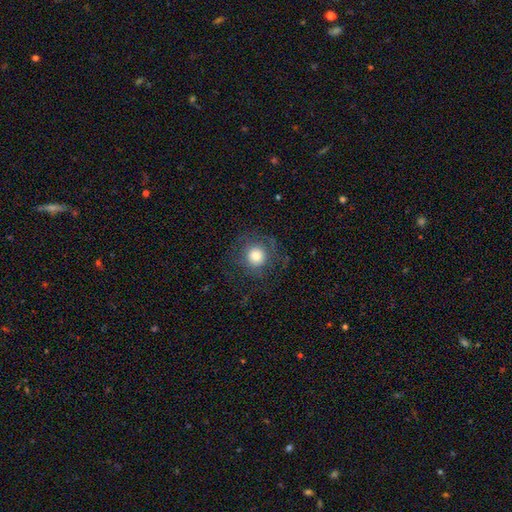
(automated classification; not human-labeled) Overall: smooth (75%). How rounded: round (93%). Merging: none (75%).